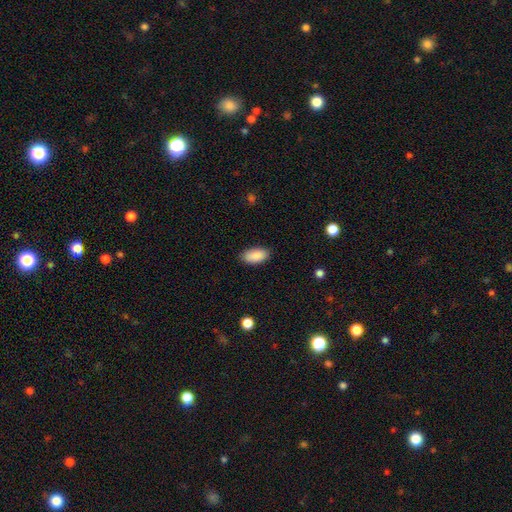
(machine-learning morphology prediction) Smooth or featured?
  - smooth: 88% *
  - star or artifact: 7%
  - featured or disk: 5%
How rounded?
  - in between: 93% *
  - cigar-shaped: 4%
  - round: 3%
Merging?
  - none: 85% *
  - minor disturbance: 11%
  - major disturbance: 2%
  - merger: 1%